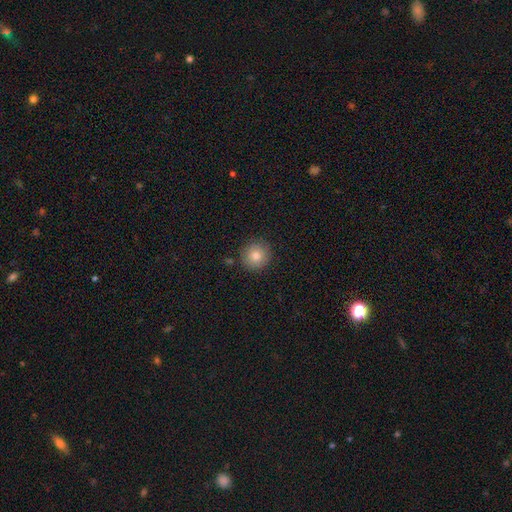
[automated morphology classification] Smooth or featured? smooth (82%)
How rounded? round (93%)
Merging? none (88%)